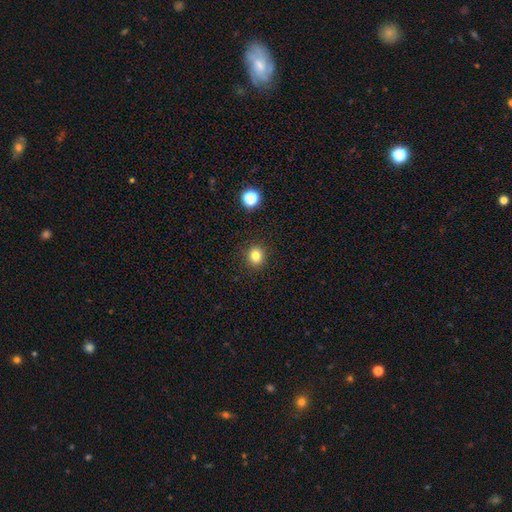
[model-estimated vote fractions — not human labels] Morphology: type=smooth (81%); roundness=round (84%); merging=none (91%).